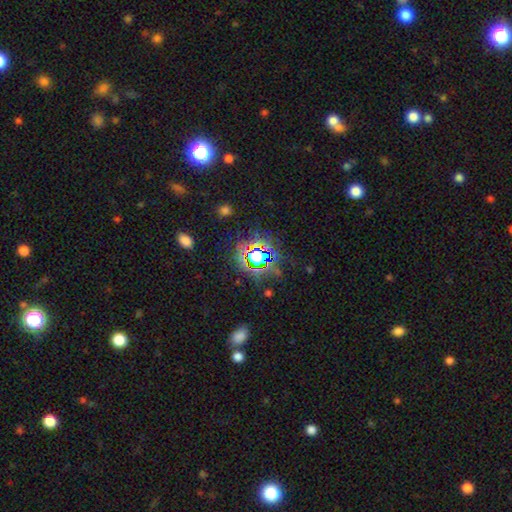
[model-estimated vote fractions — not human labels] star or artifact 70%, smooth 19%, featured or disk 11%.